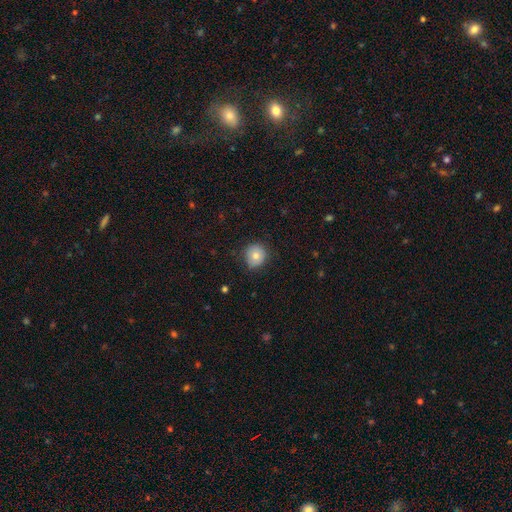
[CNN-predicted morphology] Overall: smooth (77%). How rounded: round (87%). Merging: none (82%).